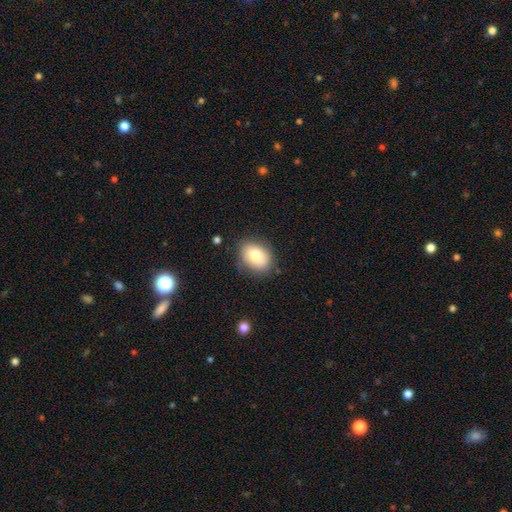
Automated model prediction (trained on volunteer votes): smooth_or_featured: smooth (p=0.79) [alt: featured or disk p=0.13]
how_rounded: in between (p=0.68) [alt: round p=0.31]
merging: none (p=0.76) [alt: minor disturbance p=0.18]